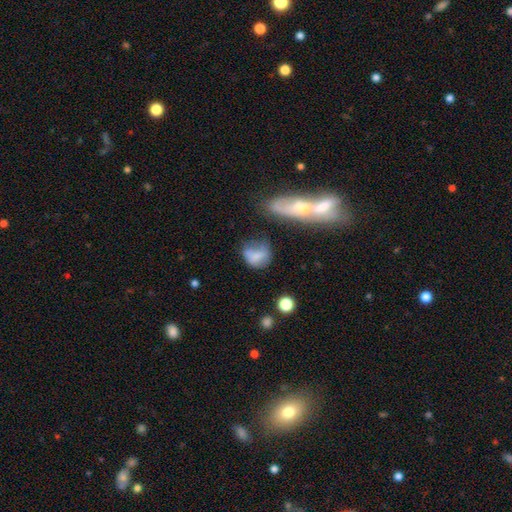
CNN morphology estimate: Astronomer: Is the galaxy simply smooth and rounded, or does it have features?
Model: smooth — 66%.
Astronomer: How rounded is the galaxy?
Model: in between — 52% (runner-up: round, 45%).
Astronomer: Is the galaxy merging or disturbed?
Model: none — 38% (runner-up: minor disturbance, 28%).